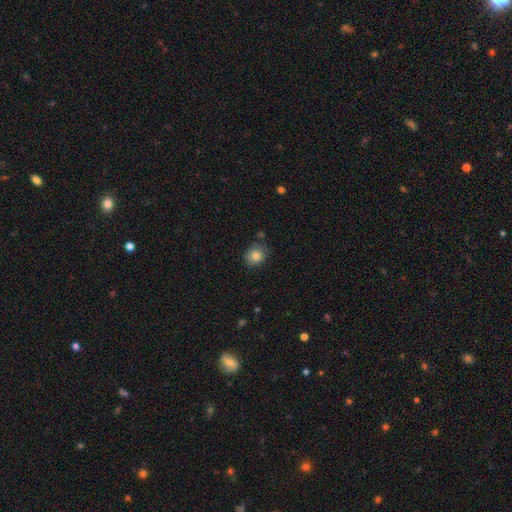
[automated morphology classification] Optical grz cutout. It shows a smooth galaxy with no disk features (83%) that is round (72%). Merging: none (75%).